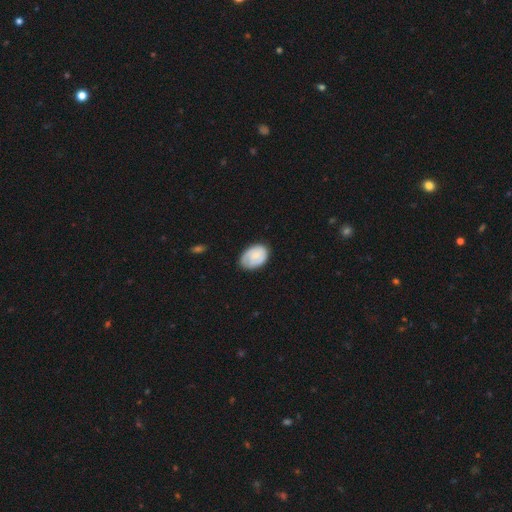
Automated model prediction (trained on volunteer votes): Smooth or featured?
  - smooth: 63% *
  - featured or disk: 31%
  - star or artifact: 6%
How rounded?
  - in between: 82% *
  - round: 17%
  - cigar-shaped: 1%
Merging?
  - none: 68% *
  - minor disturbance: 25%
  - major disturbance: 6%
  - merger: 1%